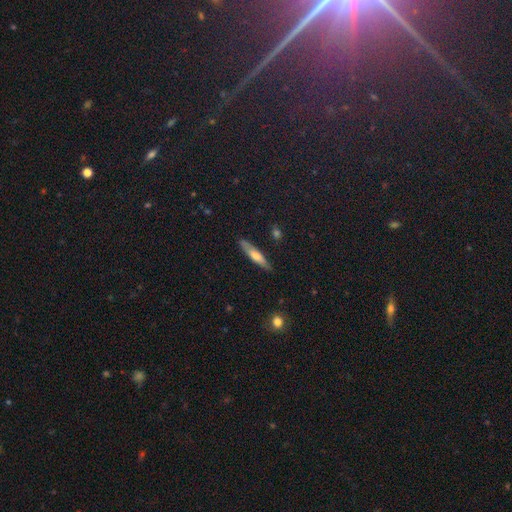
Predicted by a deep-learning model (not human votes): Q: Smooth or featured?
A: smooth (57%); runner-up: featured or disk (36%)
Q: How rounded?
A: cigar-shaped (87%); runner-up: in between (12%)
Q: Merging?
A: none (85%); runner-up: minor disturbance (12%)